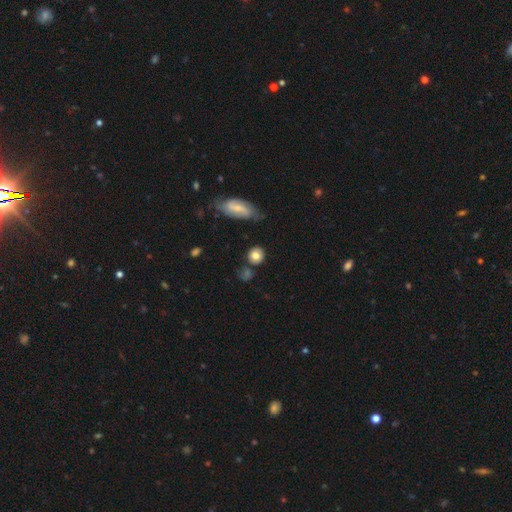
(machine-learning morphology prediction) Smooth or featured? Predicted: smooth (p=0.75). How rounded? Predicted: round (p=0.79). Merging? Predicted: none (p=0.72).